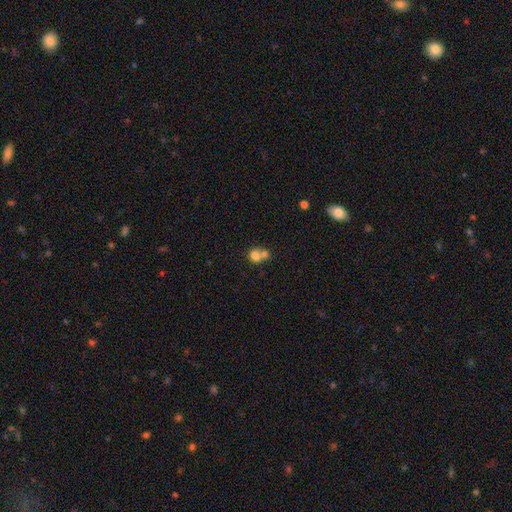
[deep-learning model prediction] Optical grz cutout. It shows a smooth galaxy with no disk features (73%) that is round (60%). Merging: merger (64%).